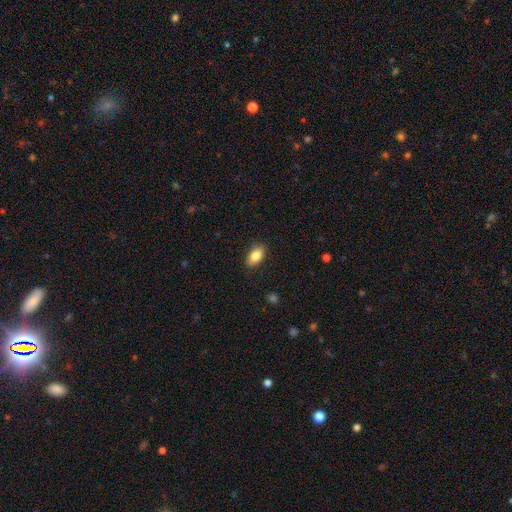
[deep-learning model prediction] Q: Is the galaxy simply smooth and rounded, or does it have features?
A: smooth — 85%.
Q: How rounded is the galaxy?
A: in between — 90%.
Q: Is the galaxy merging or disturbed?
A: none — 85%.